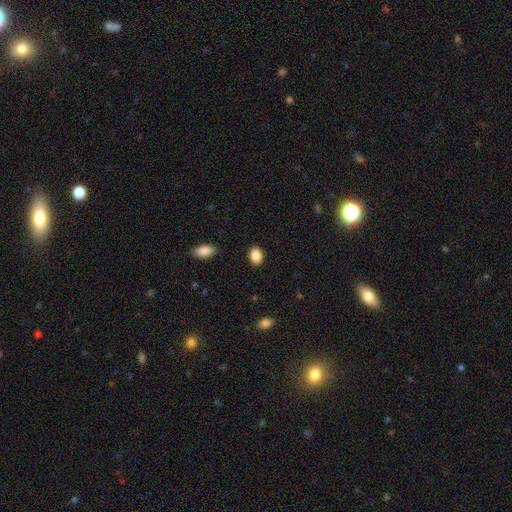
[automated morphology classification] smooth-or-featured: smooth: 88% | star or artifact: 8% | featured or disk: 4%
  how-rounded: in between: 80% | round: 18% | cigar-shaped: 1%
  merging: none: 88% | minor disturbance: 8% | major disturbance: 2% | merger: 1%